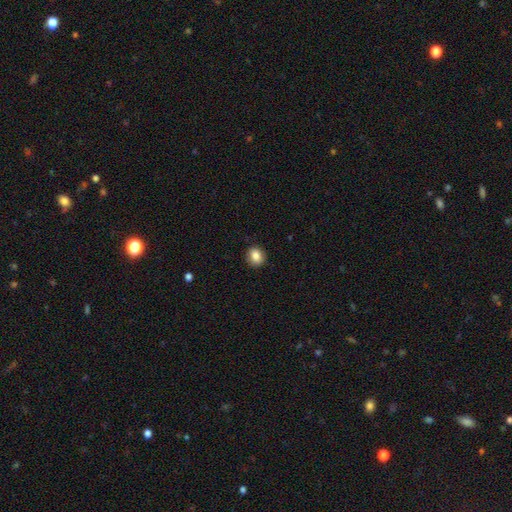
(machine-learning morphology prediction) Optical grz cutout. It shows a smooth galaxy with no disk features (85%) that is round (70%). Merging: none (89%).